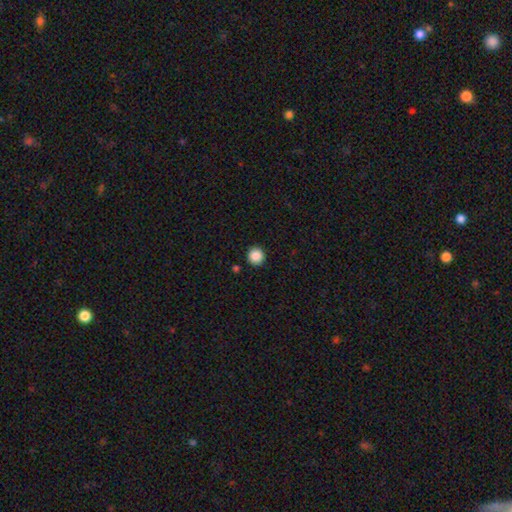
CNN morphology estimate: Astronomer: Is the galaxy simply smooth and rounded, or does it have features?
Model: smooth — 88%.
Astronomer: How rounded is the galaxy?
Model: round — 95%.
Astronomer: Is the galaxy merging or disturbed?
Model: none — 92%.